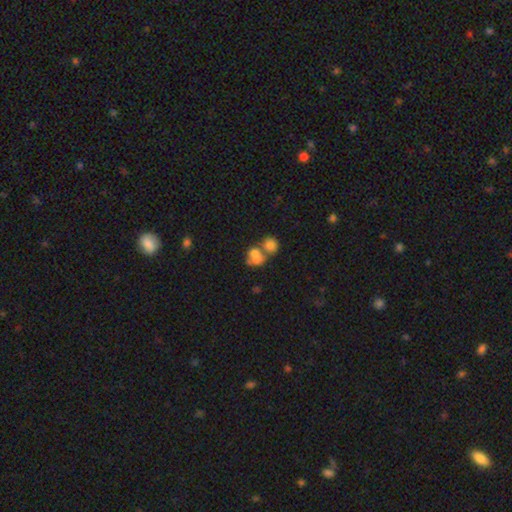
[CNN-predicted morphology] Smooth or featured?
  - smooth: 70% *
  - featured or disk: 18%
  - star or artifact: 12%
How rounded?
  - round: 58% *
  - in between: 40%
  - cigar-shaped: 1%
Merging?
  - merger: 62% *
  - none: 24%
  - minor disturbance: 8%
  - major disturbance: 6%